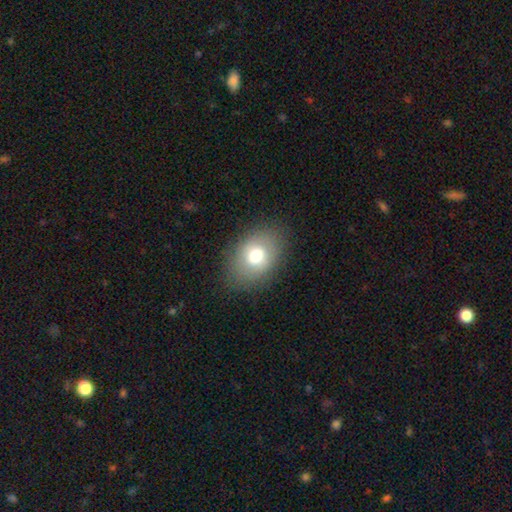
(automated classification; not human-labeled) Smooth or featured: smooth — 75% (featured or disk — 16%)
How rounded: in between — 80% (round — 19%)
Merging: none — 83% (minor disturbance — 11%)